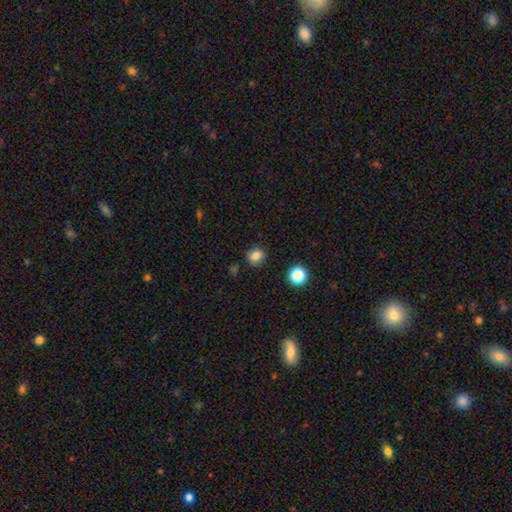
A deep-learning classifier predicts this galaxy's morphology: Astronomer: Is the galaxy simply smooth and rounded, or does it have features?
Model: smooth — 82%.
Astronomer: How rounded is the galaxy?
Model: round — 73%.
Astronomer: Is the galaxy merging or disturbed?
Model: none — 86%.